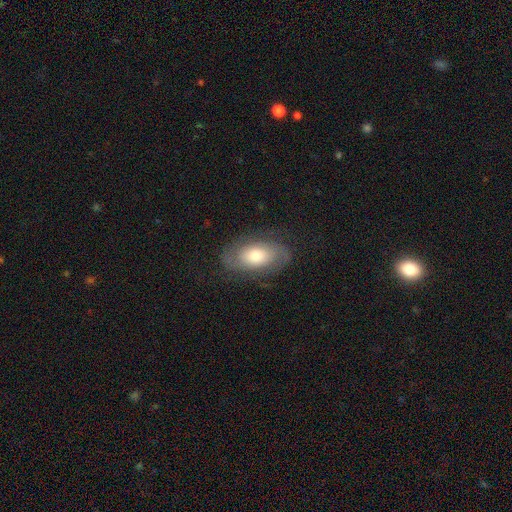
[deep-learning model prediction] featured or disk 49%, smooth 44%, star or artifact 8%. Down the decision tree: merging — none (73%).